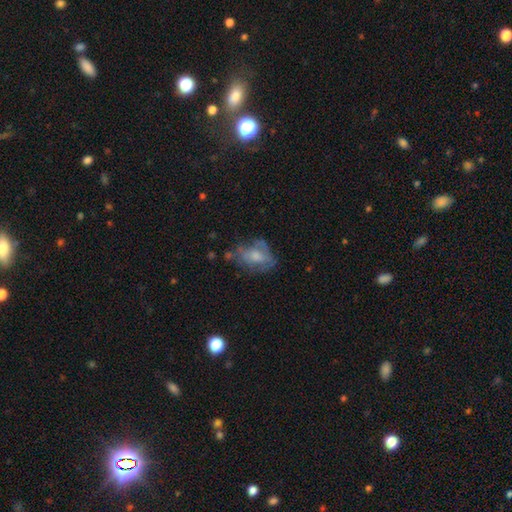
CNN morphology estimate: This is possibly a smooth galaxy (47%). Merging: marginally none (42%).